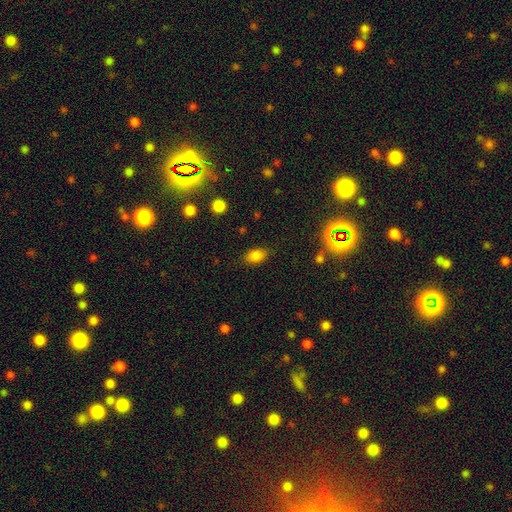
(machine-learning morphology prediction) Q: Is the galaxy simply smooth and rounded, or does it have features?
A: smooth — 82%.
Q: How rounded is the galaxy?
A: in between — 85%.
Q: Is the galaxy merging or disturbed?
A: none — 82%.